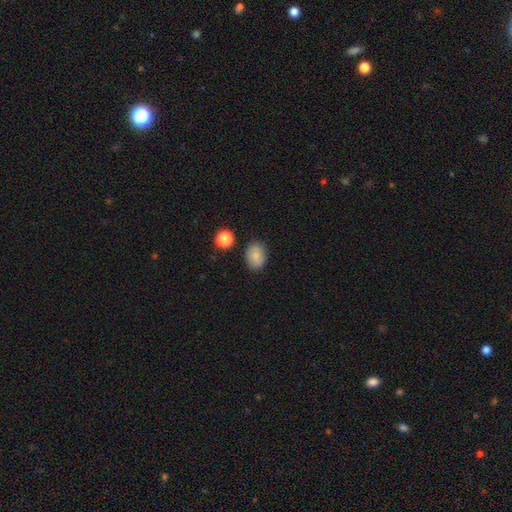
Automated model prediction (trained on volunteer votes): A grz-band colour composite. It shows a smooth galaxy with no disk features (83%) that is in between round and cigar-shaped (68%). Merging: none (84%).